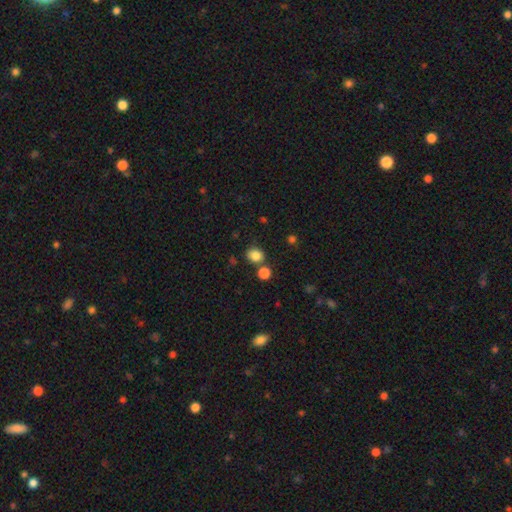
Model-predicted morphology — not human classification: Q: Smooth or featured?
A: smooth (83%); runner-up: star or artifact (12%)
Q: How rounded?
A: round (66%); runner-up: in between (34%)
Q: Merging?
A: none (71%); runner-up: merger (14%)